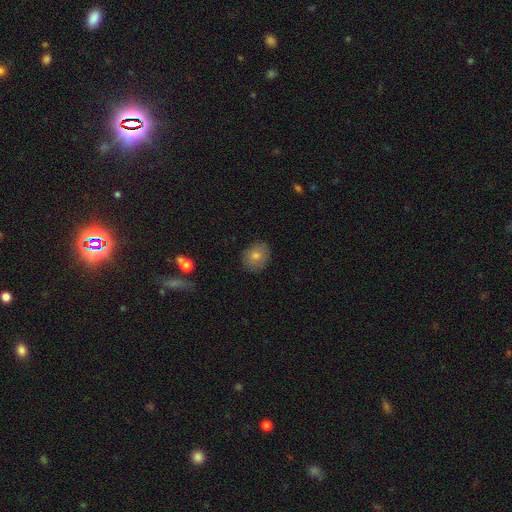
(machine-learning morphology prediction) The model was most divided on "how rounded": round: 63%, in between: 36%, cigar-shaped: 1%. More confident: merging — none (87%); smooth or featured — smooth (74%).